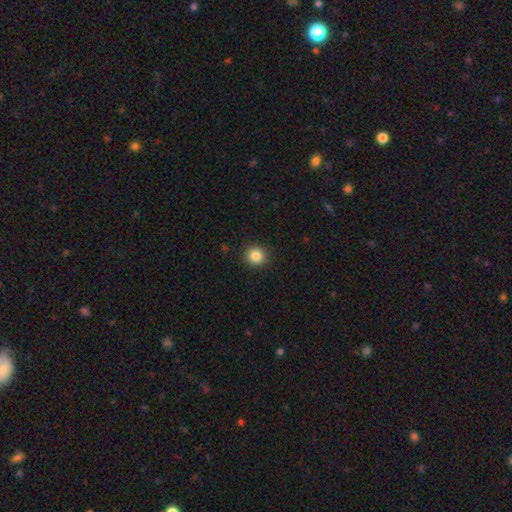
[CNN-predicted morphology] smooth-or-featured: smooth: 85% | star or artifact: 10% | featured or disk: 5%
  how-rounded: round: 88% | in between: 11% | cigar-shaped: 1%
  merging: none: 91% | minor disturbance: 6% | major disturbance: 2% | merger: 1%